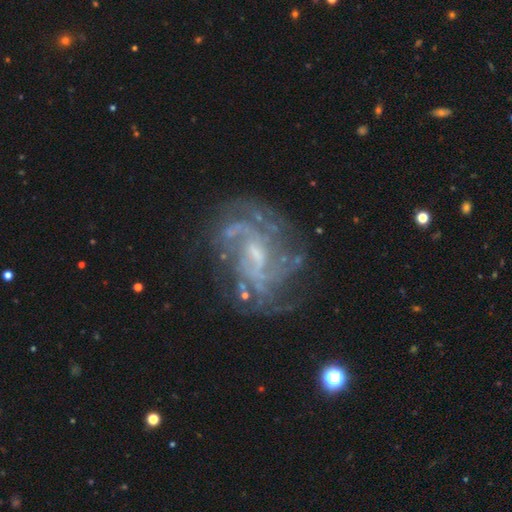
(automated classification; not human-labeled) This appears to be a featured or disk galaxy (86%) with a weak bar (55%), medium (43%) spiral arms (91%) and a small central bulge (51%). Merging: none (63%).